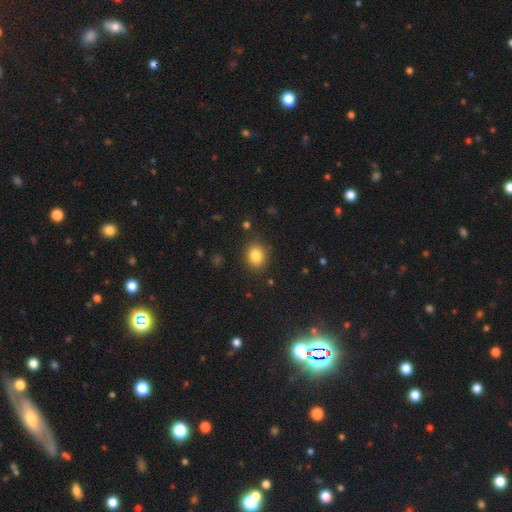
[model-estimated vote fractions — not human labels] A smooth galaxy with no disk features (83%) that is round (64%).

Vote fractions:
- Smooth or featured? smooth: 83% / star or artifact: 11% / featured or disk: 6%
- How rounded? round: 64% / in between: 35% / cigar-shaped: 1%
- Merging? none: 87% / minor disturbance: 8% / major disturbance: 3% / merger: 1%